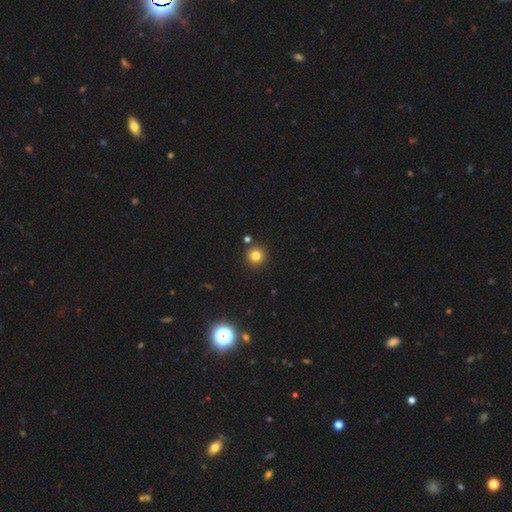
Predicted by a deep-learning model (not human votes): Morphology: type=smooth (79%); roundness=round (95%); merging=none (86%).